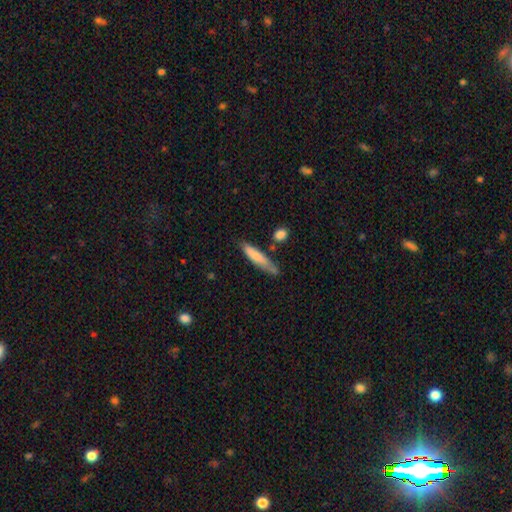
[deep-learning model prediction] This appears to be a smooth galaxy with no disk features (76%) that is cigar-shaped (82%). Merging: none (66%).